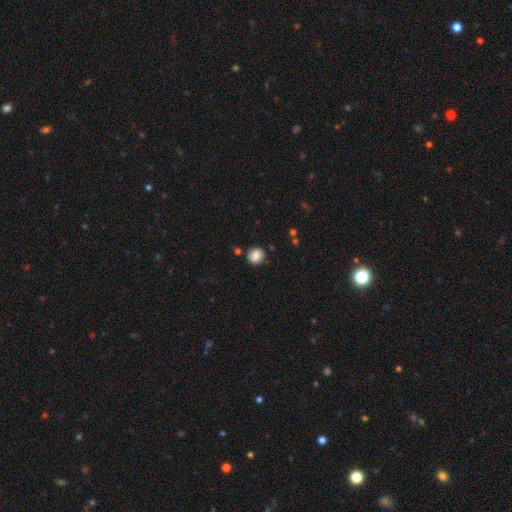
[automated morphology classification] Overall: smooth (84%). How rounded: round (78%). Merging: none (79%).